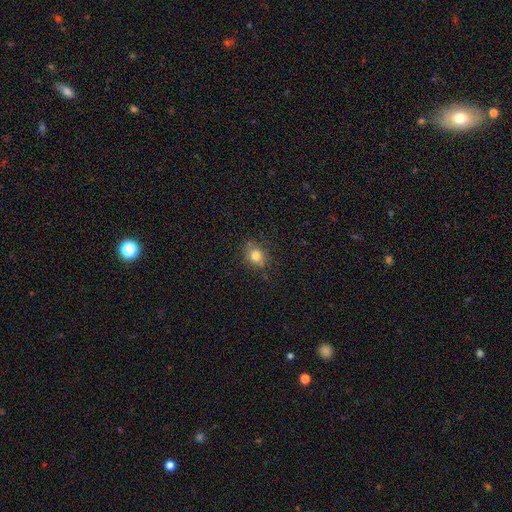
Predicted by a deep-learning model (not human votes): Q: Smooth or featured?
A: smooth (79%); runner-up: star or artifact (12%)
Q: How rounded?
A: round (64%); runner-up: in between (35%)
Q: Merging?
A: none (77%); runner-up: minor disturbance (16%)